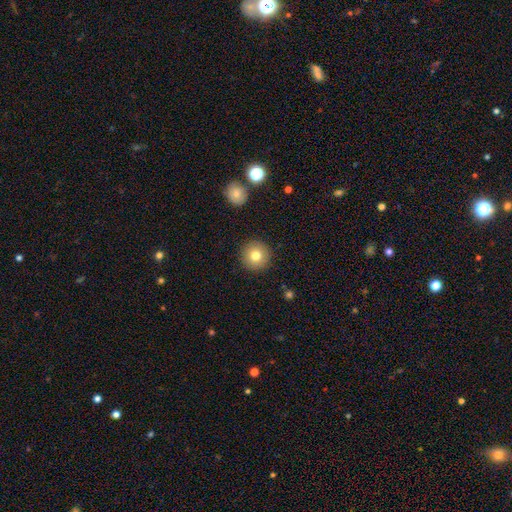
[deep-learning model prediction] Smooth or featured? Predicted: smooth (p=0.79). How rounded? Predicted: round (p=0.96). Merging? Predicted: none (p=0.91).